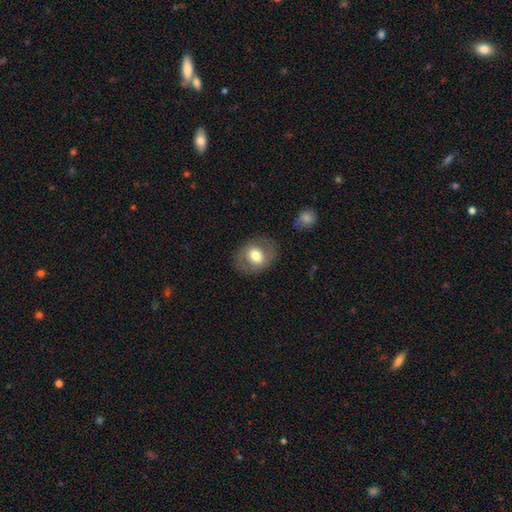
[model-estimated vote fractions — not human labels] This appears to be a smooth galaxy with no disk features (65%) that is in between round and cigar-shaped (50%). Merging: none (81%).